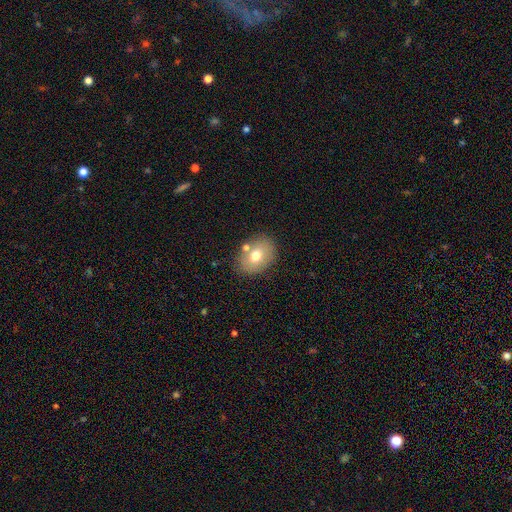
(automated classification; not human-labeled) Smooth or featured? smooth (69%)
How rounded? in between (71%)
Merging? none (74%)